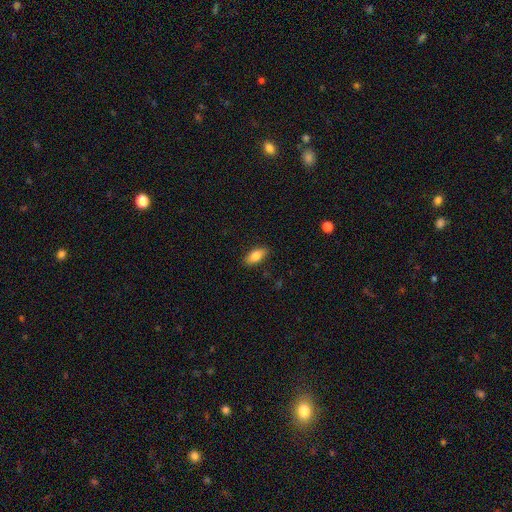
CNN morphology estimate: This is clearly a smooth galaxy (80%). How rounded: clearly in between (84%). Merging: clearly none (87%).